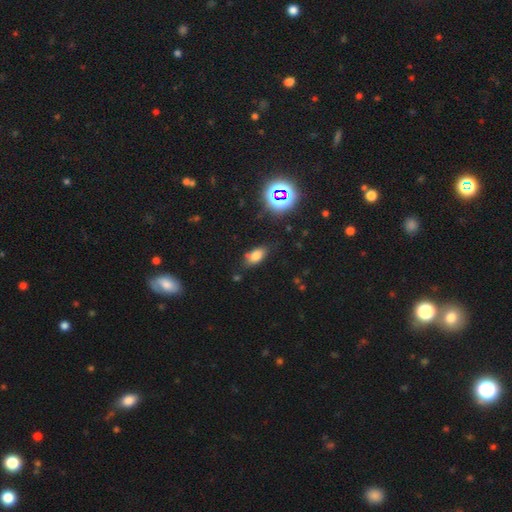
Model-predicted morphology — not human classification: A smooth galaxy with no disk features (73%) that is in between round and cigar-shaped (88%). Merging: none (75%).